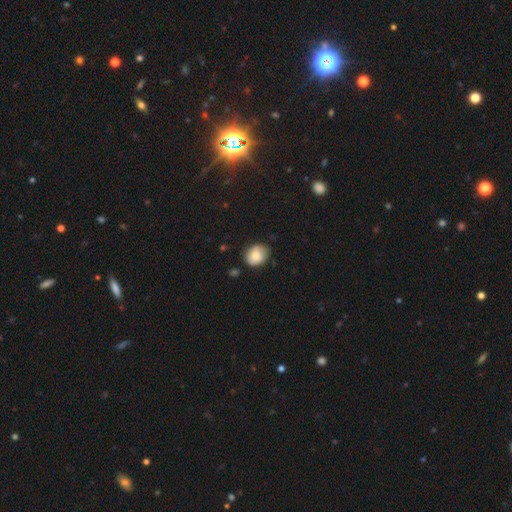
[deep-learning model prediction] Overall: smooth (77%). How rounded: round (59%; in between 40%). Merging: none (74%).